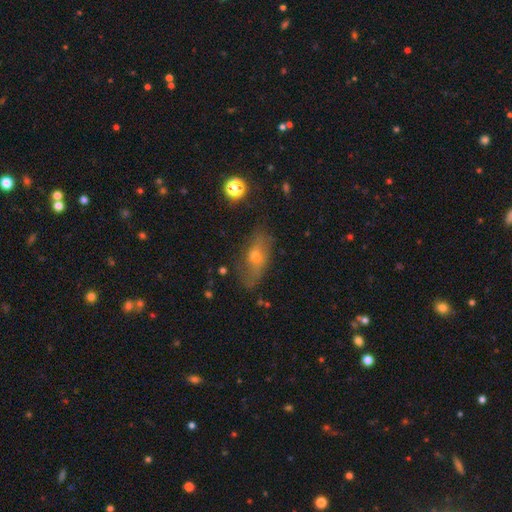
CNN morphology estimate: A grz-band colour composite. It shows a featured or disk galaxy (45%). Merging: none (74%).